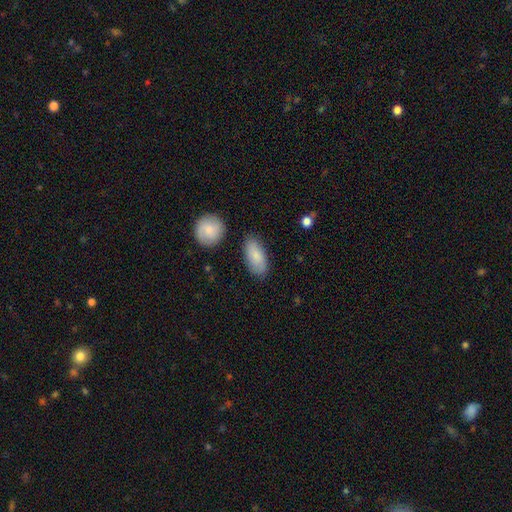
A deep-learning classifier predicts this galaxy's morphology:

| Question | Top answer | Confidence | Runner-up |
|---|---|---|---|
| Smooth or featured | smooth | 82% | featured or disk (12%) |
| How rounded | in between | 89% | cigar-shaped (8%) |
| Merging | none | 79% | minor disturbance (13%) |